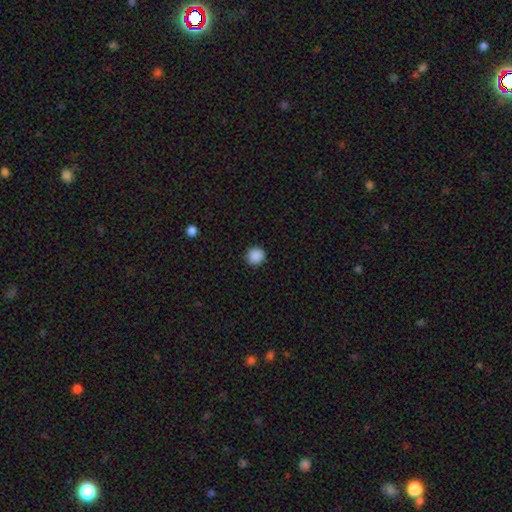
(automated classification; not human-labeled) A smooth galaxy with no disk features (89%) that is round (93%).

Vote fractions:
- Smooth or featured? smooth: 89% / star or artifact: 9% / featured or disk: 2%
- How rounded? round: 93% / in between: 6% / cigar-shaped: 1%
- Merging? none: 91% / minor disturbance: 6% / major disturbance: 2% / merger: 1%